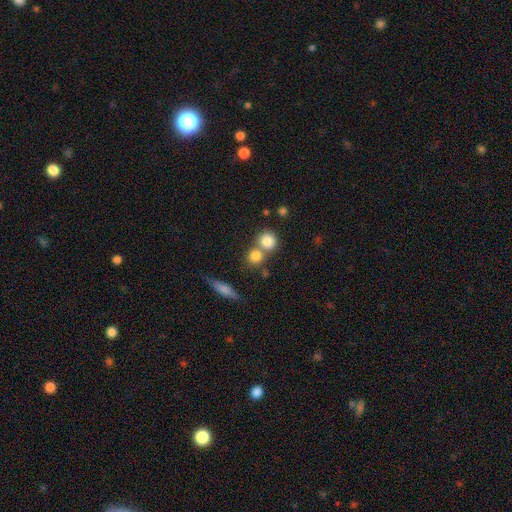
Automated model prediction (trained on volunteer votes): Smooth or featured: smooth — 82% (star or artifact — 10%)
How rounded: round — 84% (in between — 14%)
Merging: none — 50% (merger — 39%)